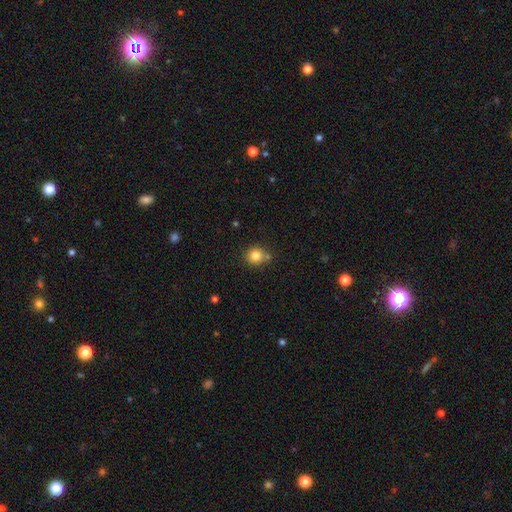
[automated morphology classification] smooth 83%, star or artifact 11%, featured or disk 6%. Down the decision tree: how rounded — round (89%); merging — none (72%).